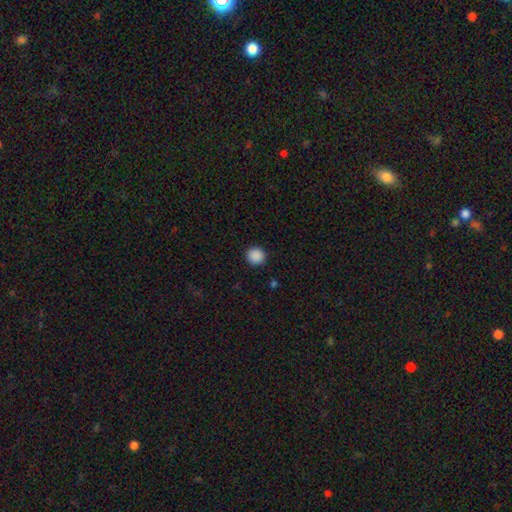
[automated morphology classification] Smooth or featured? smooth (89%)
How rounded? round (94%)
Merging? none (92%)